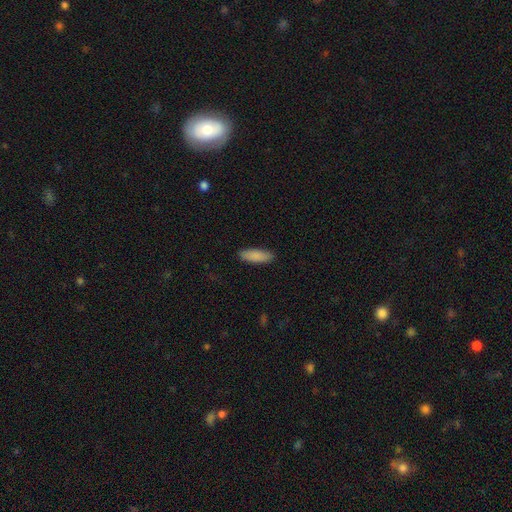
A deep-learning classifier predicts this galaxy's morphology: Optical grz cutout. It shows a smooth galaxy with no disk features (89%) that is in between round and cigar-shaped (59%). Merging: none (88%).